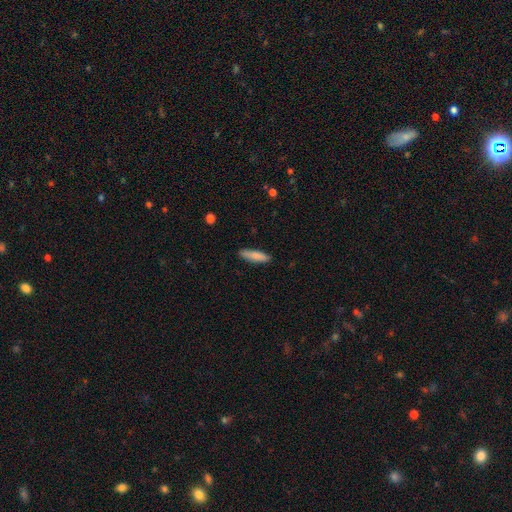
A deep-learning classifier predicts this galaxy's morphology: type=smooth (83%); roundness=cigar-shaped (70%); merging=none (88%).